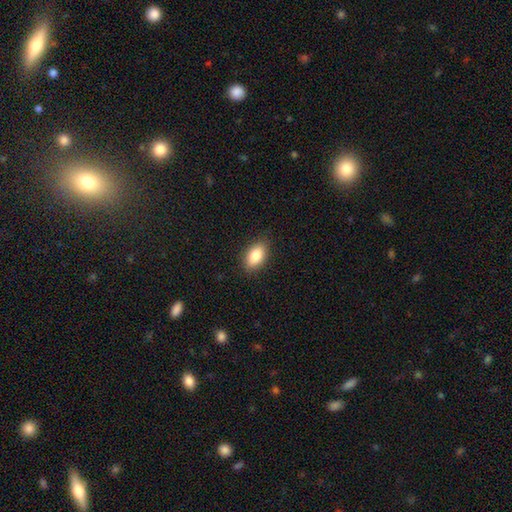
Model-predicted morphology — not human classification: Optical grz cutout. It shows a smooth galaxy with no disk features (84%) that is in between round and cigar-shaped (90%). Merging: none (87%).